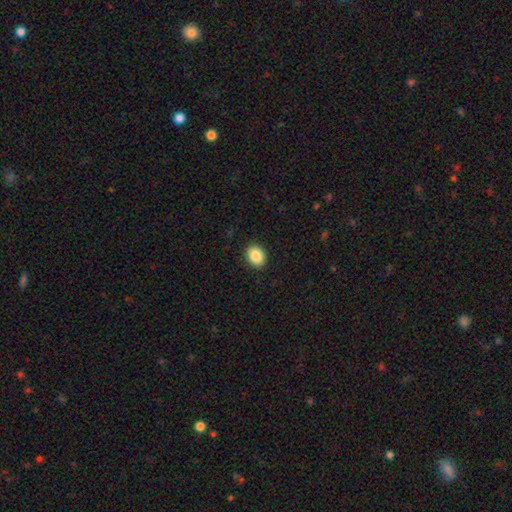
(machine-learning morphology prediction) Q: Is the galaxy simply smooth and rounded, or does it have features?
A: smooth — 87%.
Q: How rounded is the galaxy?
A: round — 51%.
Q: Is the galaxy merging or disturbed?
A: none — 91%.